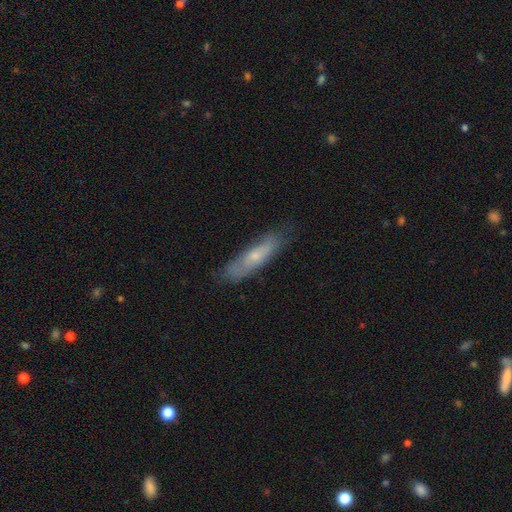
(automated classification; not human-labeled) Smooth or featured?
  - smooth: 54% *
  - featured or disk: 39%
  - star or artifact: 7%
How rounded?
  - cigar-shaped: 71% *
  - in between: 28%
  - round: 2%
Merging?
  - none: 70% *
  - minor disturbance: 22%
  - major disturbance: 6%
  - merger: 2%